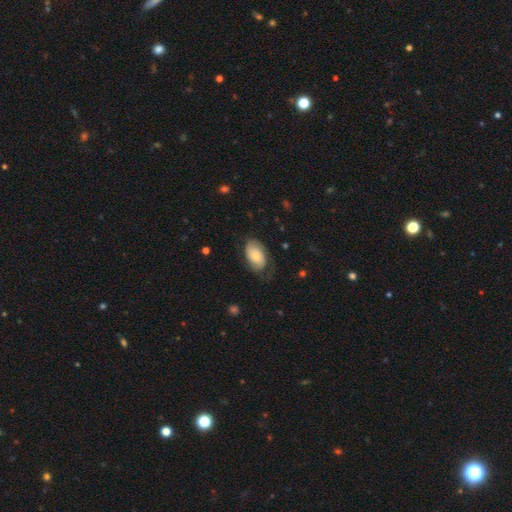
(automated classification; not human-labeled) The model was most divided on "merging": none: 58%, minor disturbance: 27%, major disturbance: 13%, merger: 1%. More confident: how rounded — in between (93%); smooth or featured — smooth (69%).